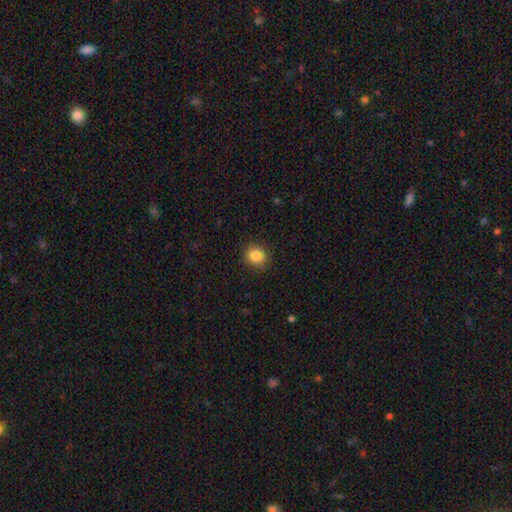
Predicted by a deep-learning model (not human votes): smooth 86%, star or artifact 10%, featured or disk 4%. Down the decision tree: how rounded — round (78%); merging — none (87%).